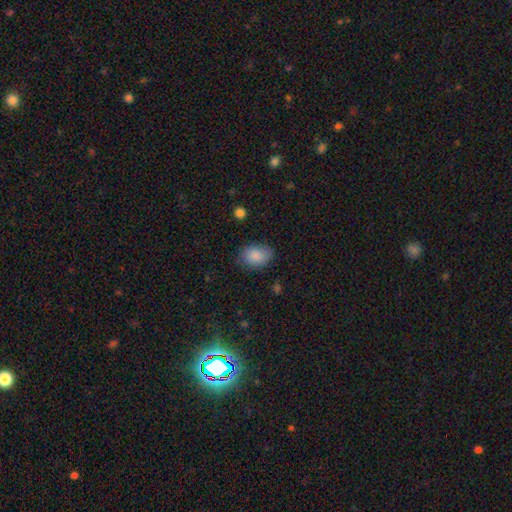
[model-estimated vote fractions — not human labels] Smooth or featured: smooth — 87% (star or artifact — 7%)
How rounded: in between — 75% (round — 24%)
Merging: none — 77% (minor disturbance — 18%)